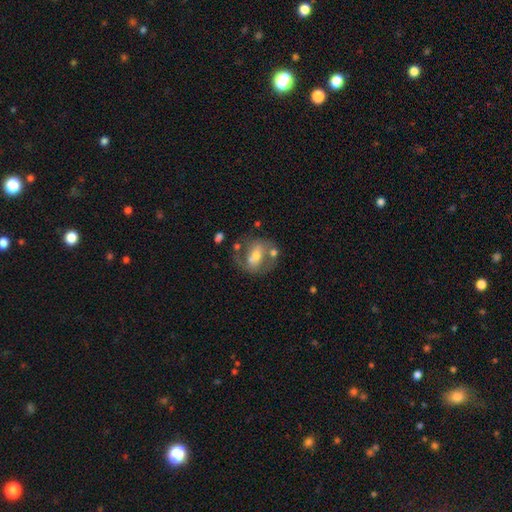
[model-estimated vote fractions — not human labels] Smooth or featured? featured or disk (68%)
Edge-on disk? no (95%)
Bar? strong (39%)
Spiral arms? yes (70%)
Bulge size? moderate (54%)
Merging? none (55%)